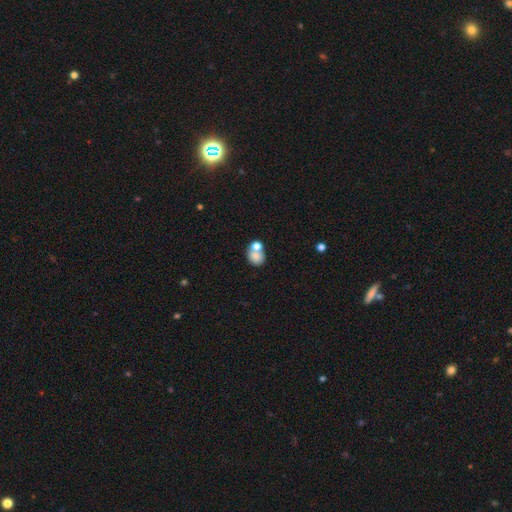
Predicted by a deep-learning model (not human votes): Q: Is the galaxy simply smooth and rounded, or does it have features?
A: smooth — 76%.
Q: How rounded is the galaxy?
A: round — 68%.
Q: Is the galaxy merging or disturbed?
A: merger — 46%.